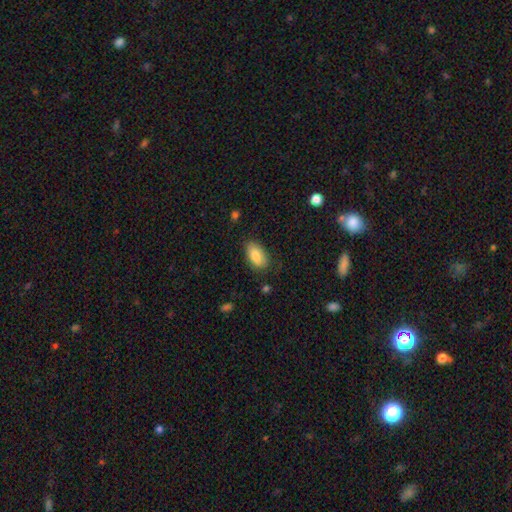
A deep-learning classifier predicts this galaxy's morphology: smooth_or_featured: smooth (p=0.86) [alt: featured or disk p=0.07]
how_rounded: in between (p=0.93) [alt: round p=0.04]
merging: none (p=0.79) [alt: minor disturbance p=0.16]